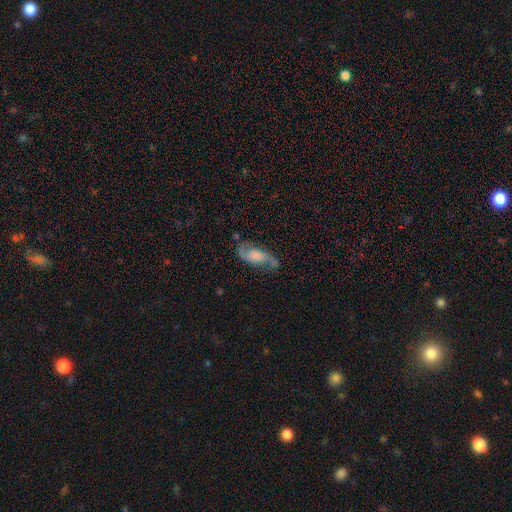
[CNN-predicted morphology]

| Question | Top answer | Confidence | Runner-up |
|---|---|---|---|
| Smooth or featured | featured or disk | 69% | smooth (23%) |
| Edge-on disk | no | 93% | yes (7%) |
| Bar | no | 59% | weak (32%) |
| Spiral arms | yes | 92% | no (8%) |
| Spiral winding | loose | 49% | medium (38%) |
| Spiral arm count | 2 | 88% | can't tell (5%) |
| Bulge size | none | 36% | large (25%) |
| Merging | none | 64% | minor disturbance (21%) |